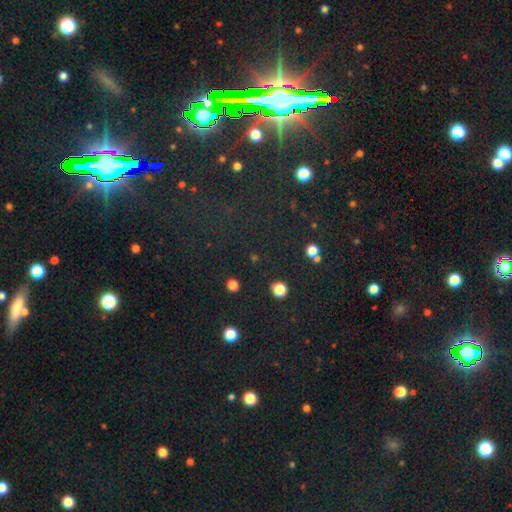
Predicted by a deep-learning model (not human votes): Q: Smooth or featured?
A: star or artifact (80%); runner-up: smooth (12%)